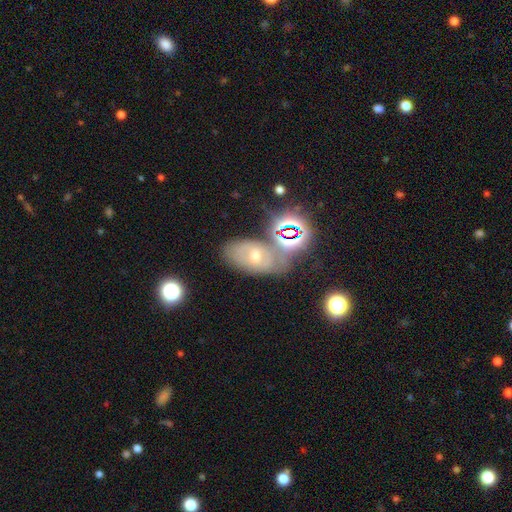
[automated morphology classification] Smooth or featured?
  - featured or disk: 45% *
  - star or artifact: 29%
  - smooth: 27%
Merging?
  - none: 60% *
  - minor disturbance: 19%
  - merger: 13%
  - major disturbance: 9%